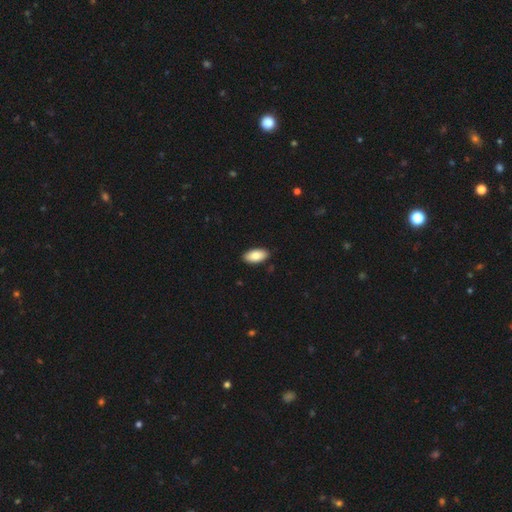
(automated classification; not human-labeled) This is clearly a smooth galaxy (86%). How rounded: clearly in between (94%). Merging: clearly none (89%).